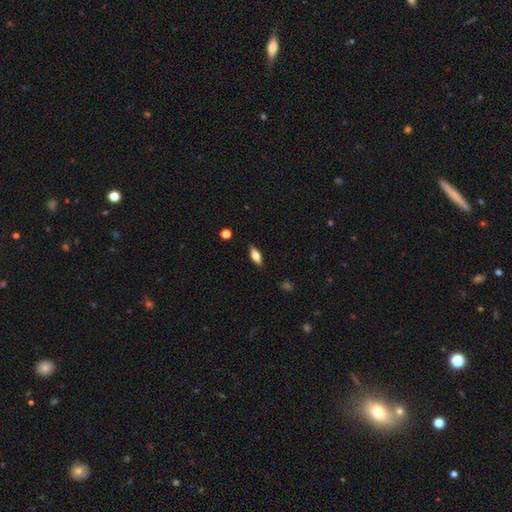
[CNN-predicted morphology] Smooth or featured? Predicted: smooth (p=0.62). How rounded? Predicted: in between (p=0.74). Merging? Predicted: none (p=0.86).